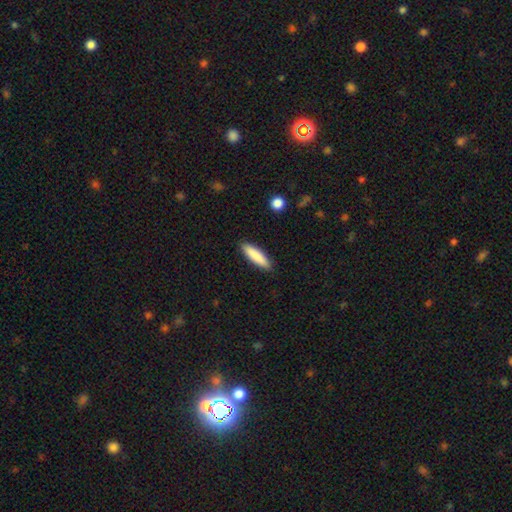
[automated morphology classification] smooth-or-featured: smooth: 86% | featured or disk: 9% | star or artifact: 6%
  how-rounded: cigar-shaped: 72% | in between: 26% | round: 1%
  merging: none: 90% | minor disturbance: 8% | major disturbance: 2% | merger: 1%